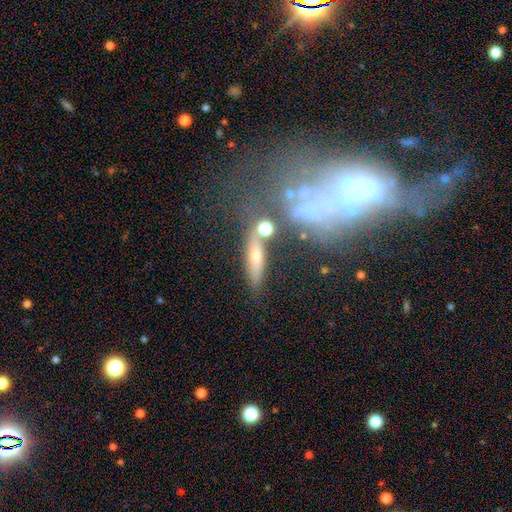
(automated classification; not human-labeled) A smooth galaxy with no disk features (45%). Merging: none (63%).